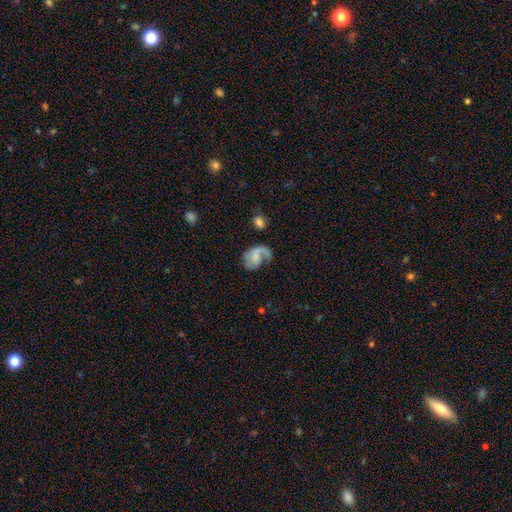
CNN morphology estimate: Smooth or featured: featured or disk — 67% (smooth — 25%)
Edge-on disk: no — 98% (yes — 2%)
Bar: no — 56% (weak — 36%)
Spiral arms: yes — 89% (no — 11%)
Spiral winding: loose — 49% (medium — 36%)
Spiral arm count: 1 — 60% (2 — 33%)
Bulge size: none — 52% (small — 24%)
Merging: none — 41% (major disturbance — 33%)